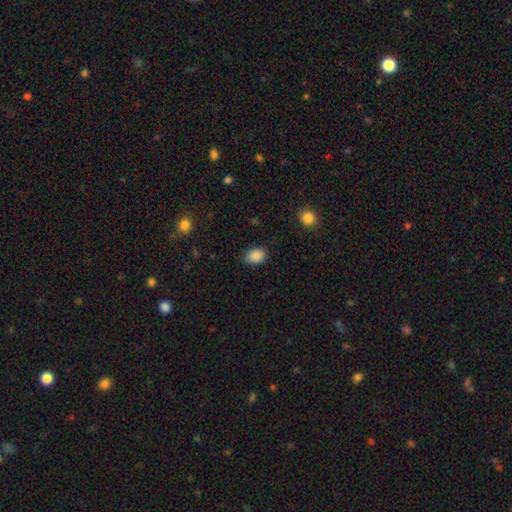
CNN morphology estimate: Overall: smooth (88%). How rounded: in between (80%). Merging: none (82%).